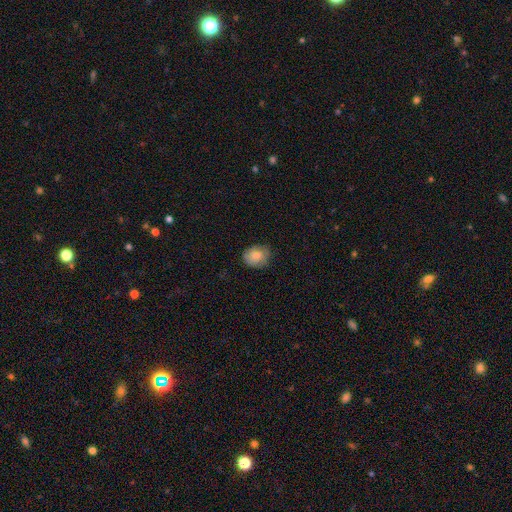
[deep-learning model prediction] This appears to be a smooth galaxy with no disk features (83%) that is round (59%). Merging: none (73%).